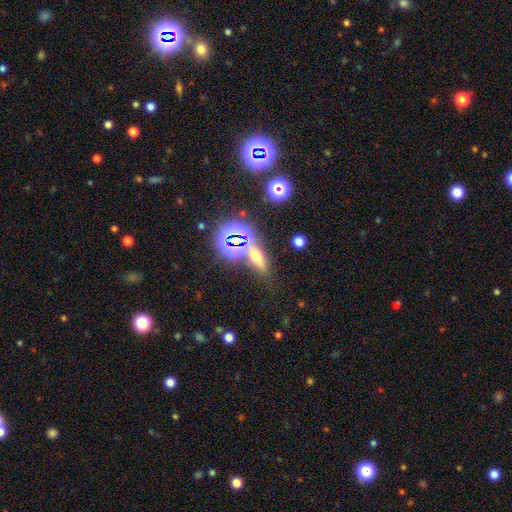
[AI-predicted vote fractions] smooth-or-featured: smooth: 43% | star or artifact: 38% | featured or disk: 20%
  merging: none: 68% | merger: 14% | minor disturbance: 12% | major disturbance: 6%